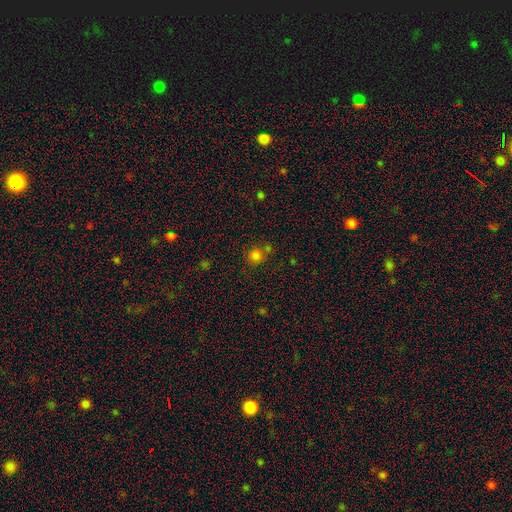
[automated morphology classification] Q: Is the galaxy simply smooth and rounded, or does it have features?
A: smooth — 78%.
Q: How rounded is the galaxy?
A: round — 88%.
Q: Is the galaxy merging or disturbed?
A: none — 61%.